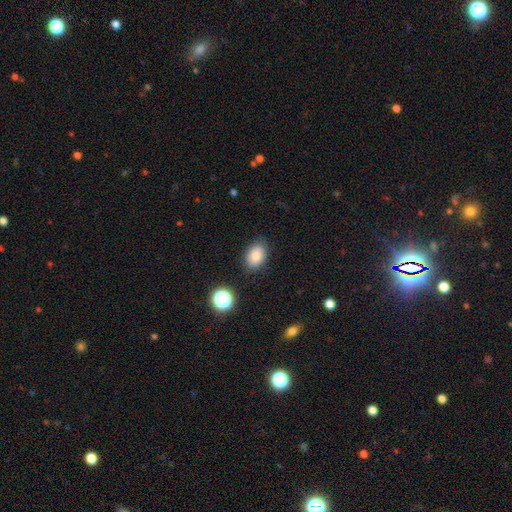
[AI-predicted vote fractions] Overall: smooth (84%). How rounded: in between (81%). Merging: none (84%).